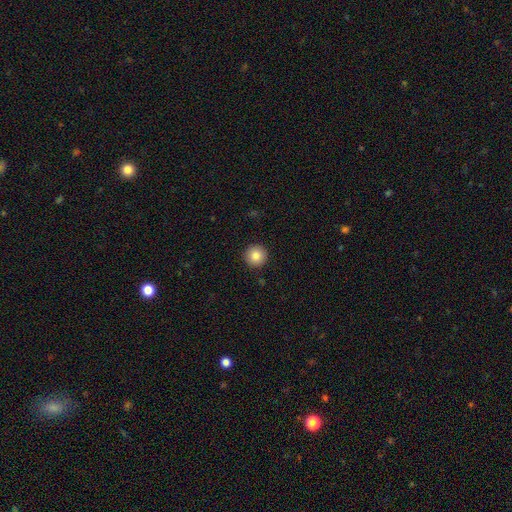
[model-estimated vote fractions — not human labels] This appears to be a smooth galaxy with no disk features (85%) that is round (96%). Merging: none (93%).